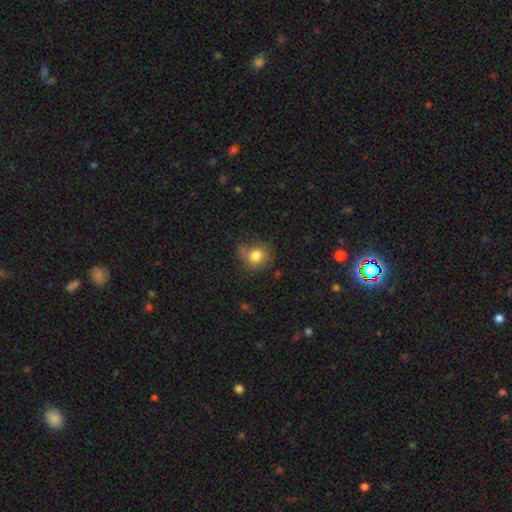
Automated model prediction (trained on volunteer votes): This is likely a smooth galaxy (79%). How rounded: likely round (75%). Merging: likely none (61%).